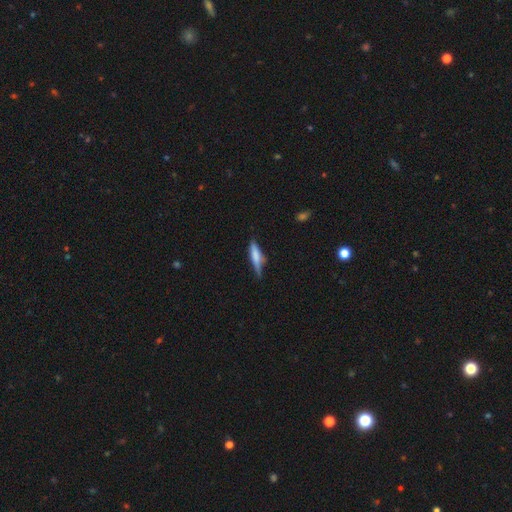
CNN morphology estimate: type=smooth (65%); roundness=cigar-shaped (75%); merging=none (60%).